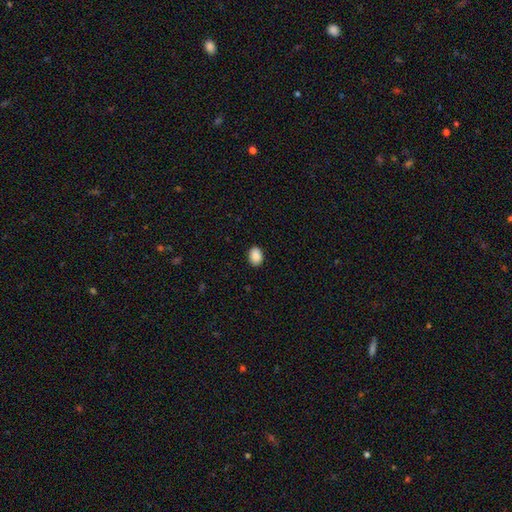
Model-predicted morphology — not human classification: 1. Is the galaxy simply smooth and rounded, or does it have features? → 89% smooth, 8% star or artifact, 3% featured or disk.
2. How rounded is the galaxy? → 72% in between, 27% round, 1% cigar-shaped.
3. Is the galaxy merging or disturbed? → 90% none, 8% minor disturbance, 2% major disturbance, 1% merger.